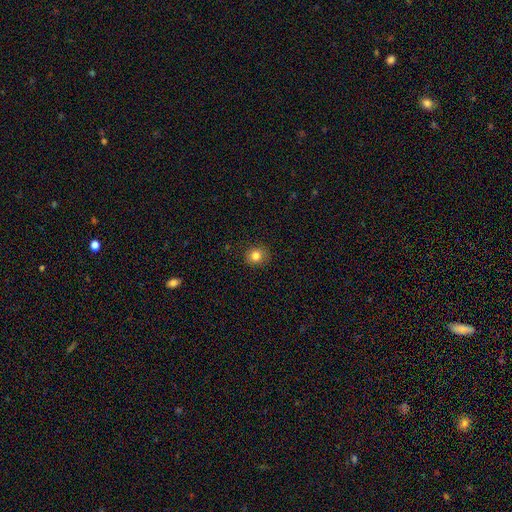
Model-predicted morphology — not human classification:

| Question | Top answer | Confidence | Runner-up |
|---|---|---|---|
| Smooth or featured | smooth | 82% | star or artifact (12%) |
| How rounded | round | 85% | in between (14%) |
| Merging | none | 89% | minor disturbance (8%) |